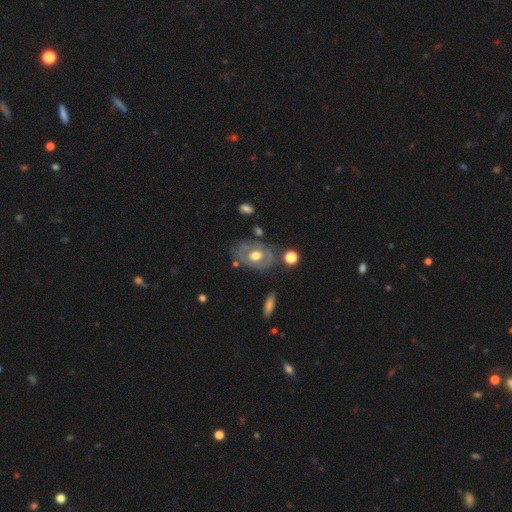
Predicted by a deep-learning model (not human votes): Smooth or featured? featured or disk (58%)
Edge-on disk? no (92%)
Bar? no (75%)
Spiral arms? no (72%)
Bulge size? moderate (59%)
Merging? none (68%)